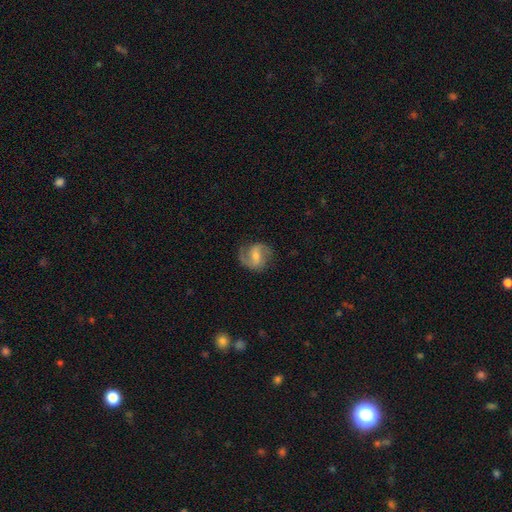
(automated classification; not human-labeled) featured or disk 80%, smooth 14%, star or artifact 7%. Down the decision tree: edge-on disk — no (98%); bar — weak (50%); spiral arms — yes (95%); spiral arm count — 2 (87%); spiral winding — medium (51%); bulge size — small (47%); merging — none (77%).